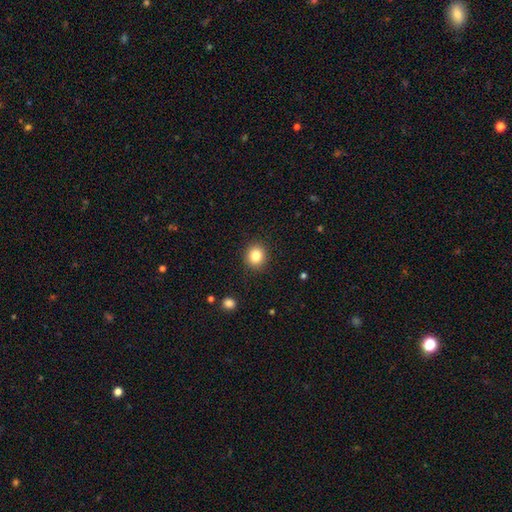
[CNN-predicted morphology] type=smooth (83%); roundness=round (84%); merging=none (90%).